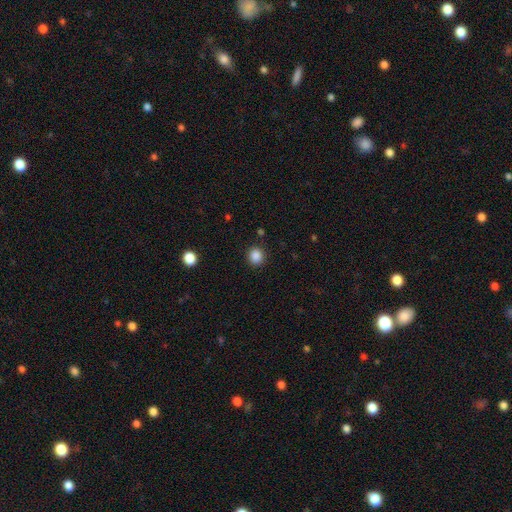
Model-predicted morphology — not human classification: smooth 87%, star or artifact 10%, featured or disk 3%. Down the decision tree: how rounded — round (84%); merging — none (89%).